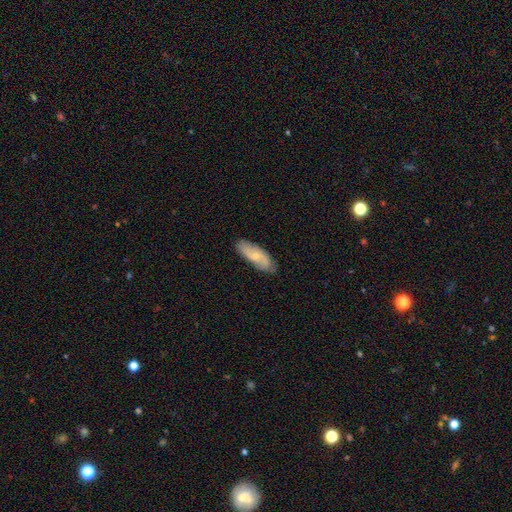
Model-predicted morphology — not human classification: smooth 49%, featured or disk 45%, star or artifact 6%. Down the decision tree: merging — none (82%).